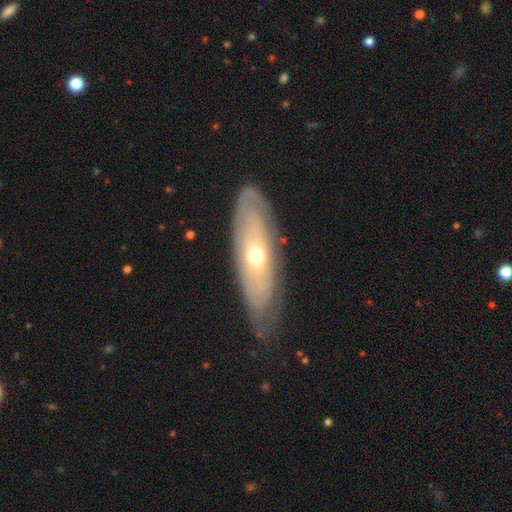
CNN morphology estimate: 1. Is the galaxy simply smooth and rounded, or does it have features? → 59% featured or disk, 34% smooth, 6% star or artifact.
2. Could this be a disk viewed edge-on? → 69% no, 31% yes.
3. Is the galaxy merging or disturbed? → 69% none, 23% minor disturbance, 7% major disturbance, 1% merger.